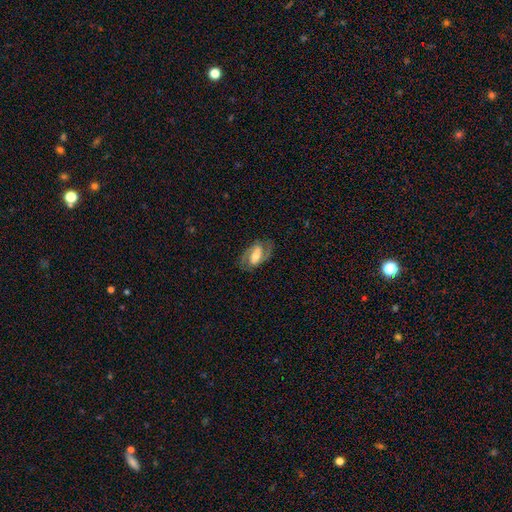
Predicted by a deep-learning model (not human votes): Smooth or featured?
  - featured or disk: 78% *
  - smooth: 17%
  - star or artifact: 6%
Edge-on disk?
  - no: 95% *
  - yes: 5%
Bar?
  - strong: 48% *
  - weak: 37%
  - no: 15%
Spiral arms?
  - yes: 89% *
  - no: 11%
Spiral winding?
  - medium: 51% *
  - tight: 29%
  - loose: 20%
Spiral arm count?
  - 2: 89% *
  - can't tell: 5%
  - 1: 3%
  - 3: 1%
  - 4: 1%
  - more than 4: 1%
Bulge size?
  - moderate: 58% *
  - small: 25%
  - large: 13%
  - none: 3%
  - dominant: 2%
Merging?
  - none: 79% *
  - minor disturbance: 14%
  - major disturbance: 6%
  - merger: 1%